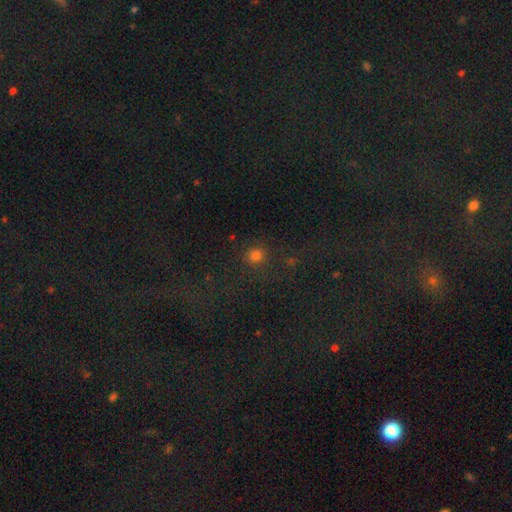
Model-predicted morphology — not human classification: Smooth or featured: smooth — 73% (star or artifact — 21%)
How rounded: round — 87% (in between — 12%)
Merging: none — 78% (minor disturbance — 11%)